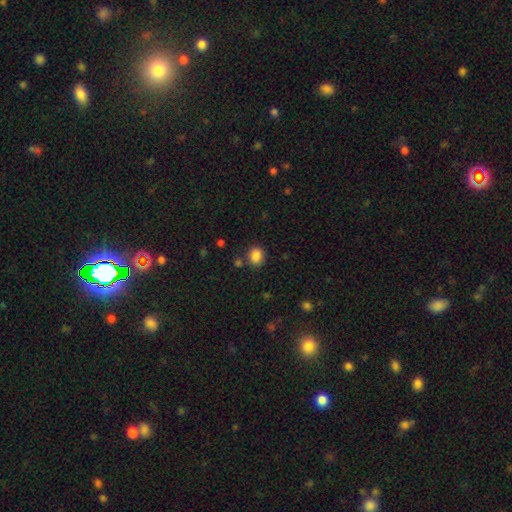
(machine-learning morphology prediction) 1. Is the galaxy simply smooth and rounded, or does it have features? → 86% smooth, 10% star or artifact, 4% featured or disk.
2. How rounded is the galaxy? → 68% round, 31% in between, 1% cigar-shaped.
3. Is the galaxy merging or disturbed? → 77% none, 12% minor disturbance, 7% merger, 4% major disturbance.